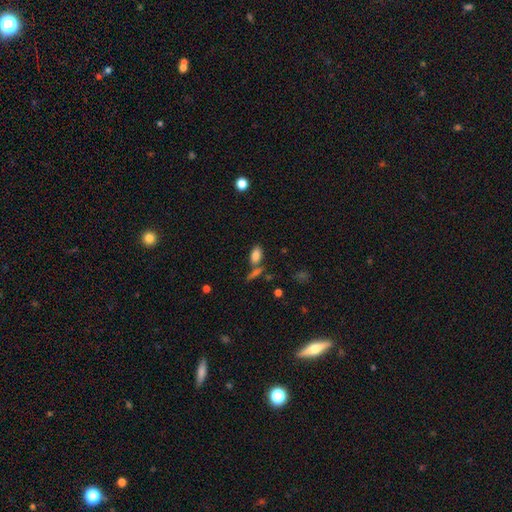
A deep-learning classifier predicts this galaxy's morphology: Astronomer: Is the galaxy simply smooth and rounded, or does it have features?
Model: smooth — 82%.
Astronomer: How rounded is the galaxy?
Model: in between — 90%.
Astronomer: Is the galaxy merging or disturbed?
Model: none — 56%.